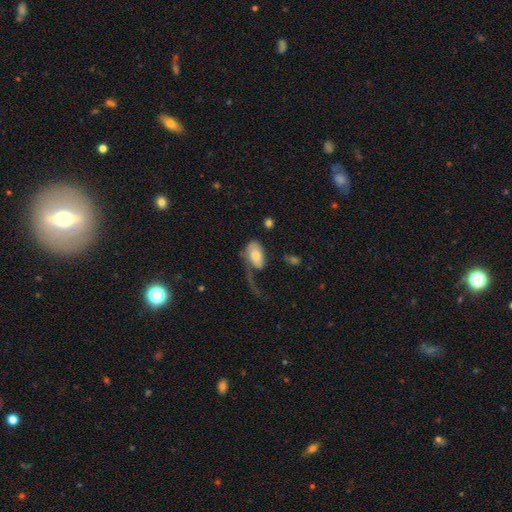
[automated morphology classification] The model was most divided on "smooth or featured": smooth: 60%, featured or disk: 34%, star or artifact: 6%. More confident: how rounded — in between (91%); merging — major disturbance (58%).